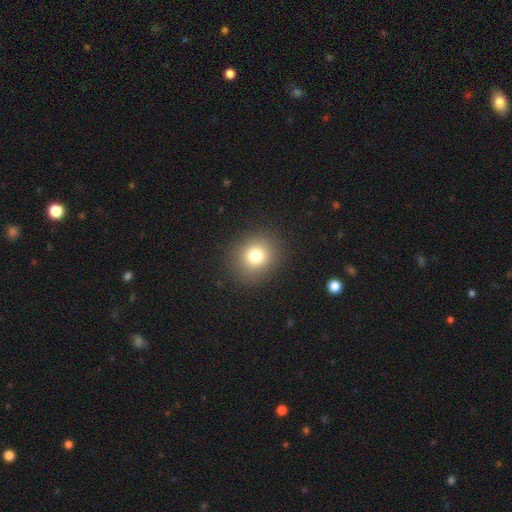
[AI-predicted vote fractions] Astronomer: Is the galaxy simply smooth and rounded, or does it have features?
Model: smooth — 78%.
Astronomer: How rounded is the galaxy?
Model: round — 81%.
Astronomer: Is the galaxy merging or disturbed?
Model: none — 89%.